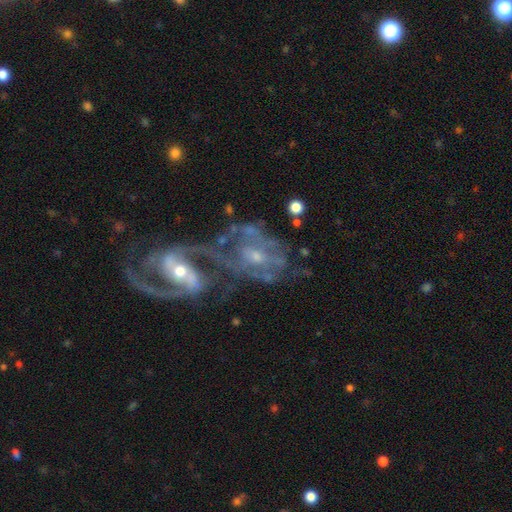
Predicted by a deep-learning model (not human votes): A featured or disk galaxy (83%) with no bar (46%), 2 (57%) medium (48%) spiral arms (85%) and a small central bulge (50%). Merging: merger (59%).